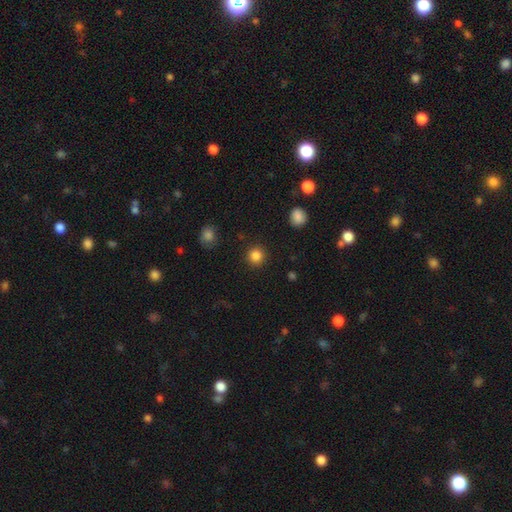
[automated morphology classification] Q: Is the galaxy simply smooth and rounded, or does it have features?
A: smooth — 85%.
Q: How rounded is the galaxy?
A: round — 94%.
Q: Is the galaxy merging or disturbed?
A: none — 91%.